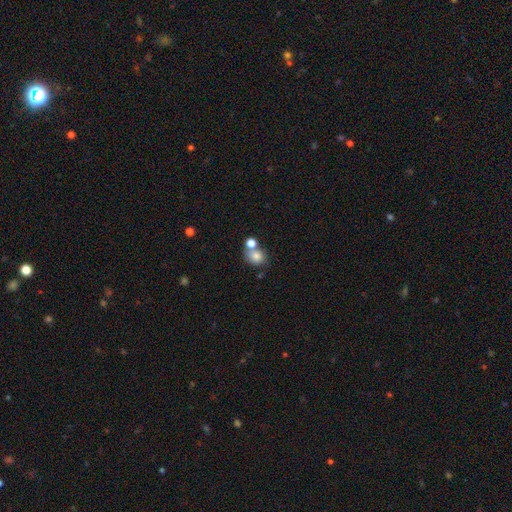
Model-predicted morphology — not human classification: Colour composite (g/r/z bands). It shows a smooth galaxy with no disk features (78%) that is round (67%). Merging: none (48%).